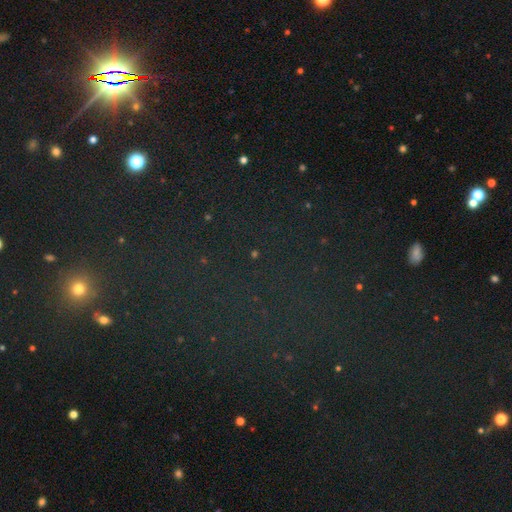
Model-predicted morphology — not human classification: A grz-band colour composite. It shows a star or artifact, not a galaxy (72%).